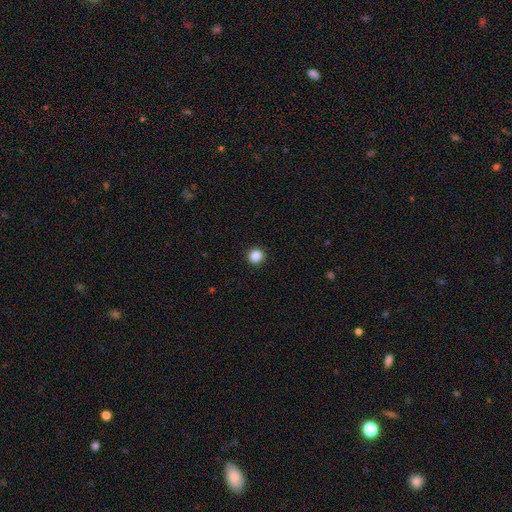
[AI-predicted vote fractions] This appears to be a smooth galaxy with no disk features (87%) that is round (92%). Merging: none (93%).